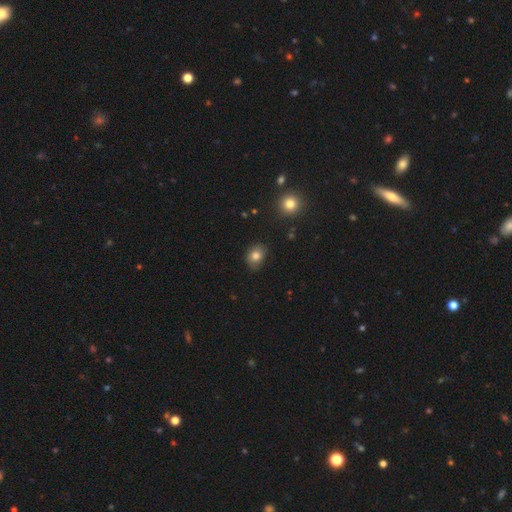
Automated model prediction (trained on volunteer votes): Overall: smooth (80%). How rounded: in between (60%; round 39%). Merging: none (78%).